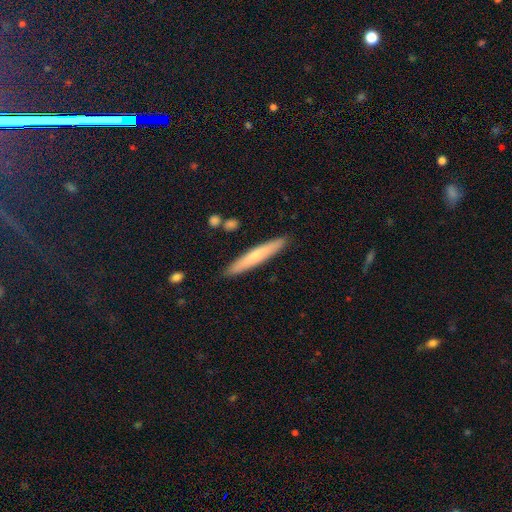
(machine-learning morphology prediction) Smooth or featured? Predicted: smooth (p=0.58). How rounded? Predicted: cigar-shaped (p=0.94). Merging? Predicted: none (p=0.90).